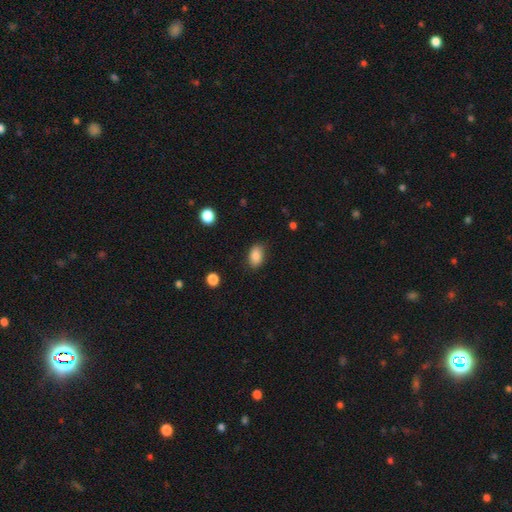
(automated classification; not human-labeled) This appears to be a smooth galaxy with no disk features (86%) that is in between round and cigar-shaped (86%). Merging: none (81%).